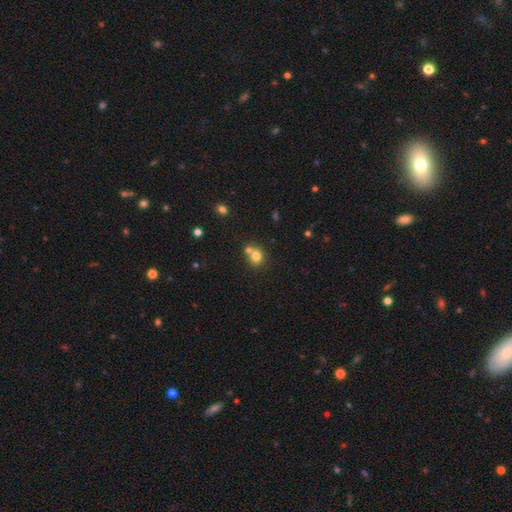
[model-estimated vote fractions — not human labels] Morphology: type=smooth (76%); roundness=round (77%); merging=none (47%).